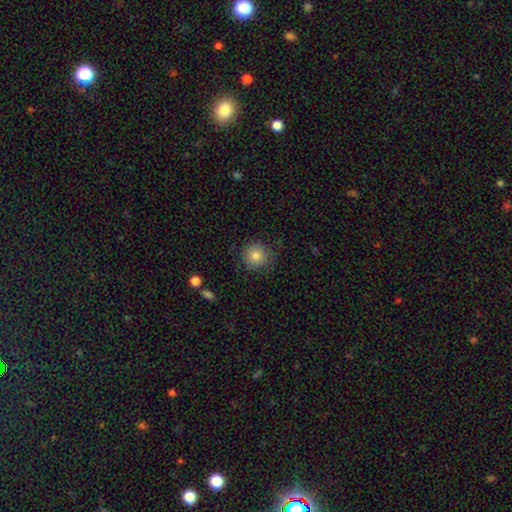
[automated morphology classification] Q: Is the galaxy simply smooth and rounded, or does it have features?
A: smooth — 83%.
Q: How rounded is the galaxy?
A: round — 93%.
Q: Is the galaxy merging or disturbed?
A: none — 84%.